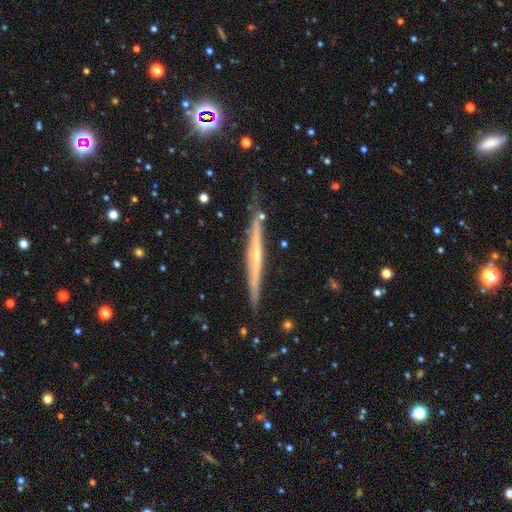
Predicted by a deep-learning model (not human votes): This appears to be a featured or disk galaxy (74%) viewed edge-on (97%) with no central bulge (54%). Merging: none (80%).